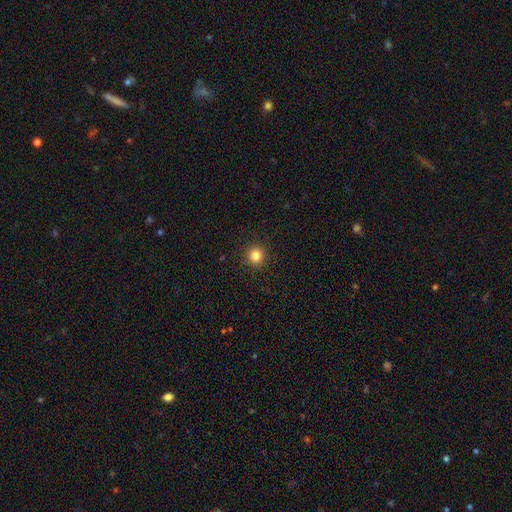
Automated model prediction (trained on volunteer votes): smooth-or-featured: smooth: 83% | star or artifact: 13% | featured or disk: 5%
  how-rounded: round: 93% | in between: 6% | cigar-shaped: 1%
  merging: none: 92% | minor disturbance: 5% | major disturbance: 2% | merger: 1%